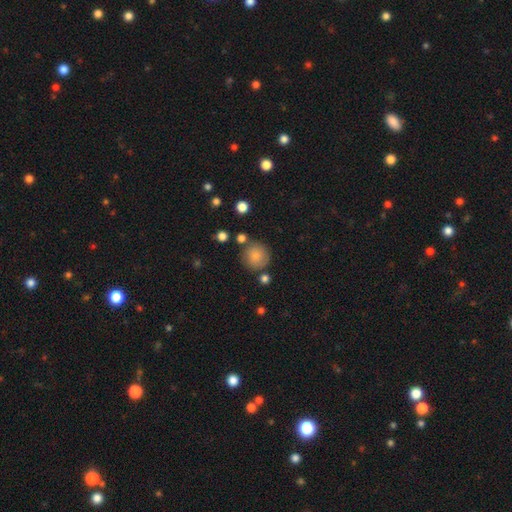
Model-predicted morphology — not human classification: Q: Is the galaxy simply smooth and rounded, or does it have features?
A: smooth — 83%.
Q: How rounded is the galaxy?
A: round — 92%.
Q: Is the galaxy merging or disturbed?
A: none — 78%.